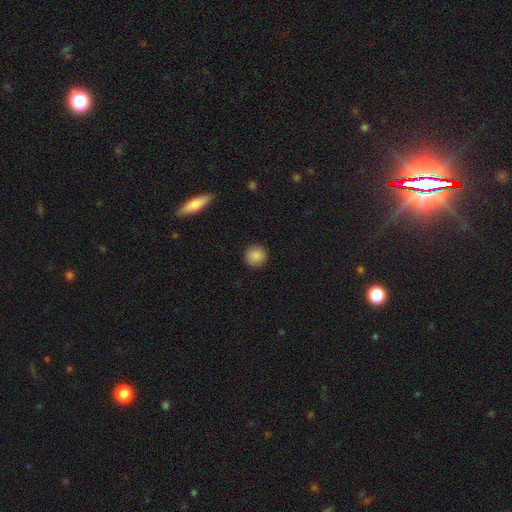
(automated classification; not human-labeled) Q: Smooth or featured?
A: smooth (87%); runner-up: star or artifact (9%)
Q: How rounded?
A: round (93%); runner-up: in between (6%)
Q: Merging?
A: none (90%); runner-up: minor disturbance (7%)